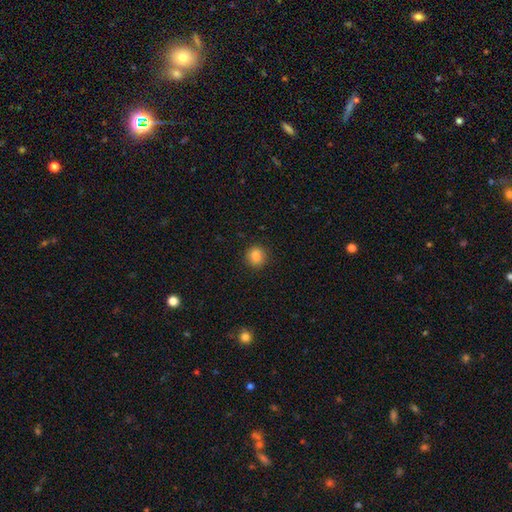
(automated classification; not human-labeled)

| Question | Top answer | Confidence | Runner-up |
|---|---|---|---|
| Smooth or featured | smooth | 85% | star or artifact (11%) |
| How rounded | round | 89% | in between (10%) |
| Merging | none | 90% | minor disturbance (6%) |